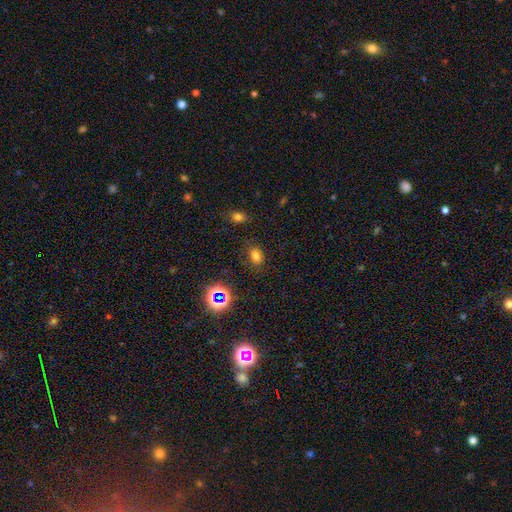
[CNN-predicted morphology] This appears to be a smooth galaxy with no disk features (71%) that is in between round and cigar-shaped (73%). Merging: none (79%).